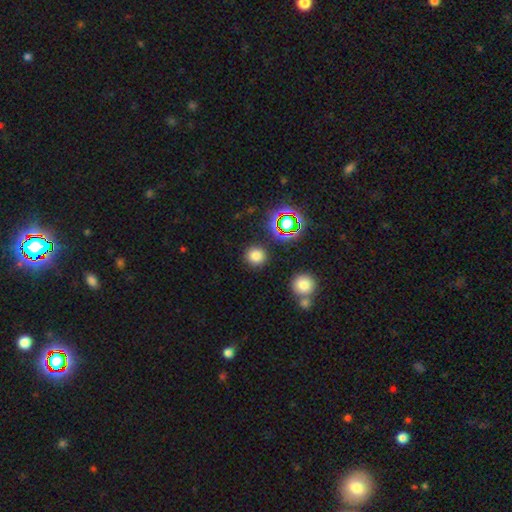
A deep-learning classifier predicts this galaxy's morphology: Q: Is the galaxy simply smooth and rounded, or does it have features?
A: smooth — 75%.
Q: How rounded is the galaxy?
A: round — 92%.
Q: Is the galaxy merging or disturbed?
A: none — 87%.